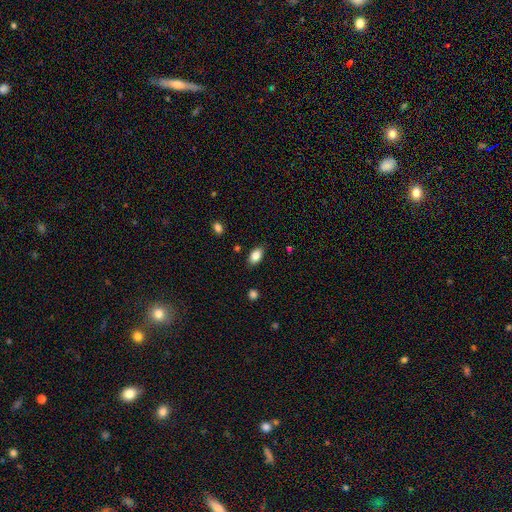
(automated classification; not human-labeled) smooth 85%, star or artifact 8%, featured or disk 7%. Down the decision tree: how rounded — in between (91%); merging — none (83%).